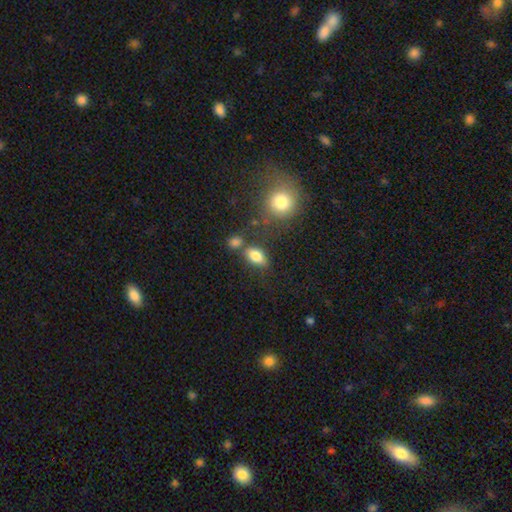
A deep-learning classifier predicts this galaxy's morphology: type=smooth (81%); roundness=in between (83%); merging=none (64%).